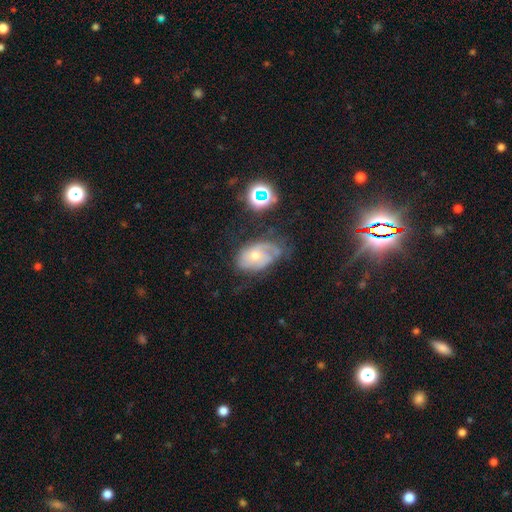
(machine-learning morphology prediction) smooth-or-featured: featured or disk: 60% | smooth: 28% | star or artifact: 12%
  disk-edge-on: no: 95% | yes: 5%
    bar: no: 78% | weak: 19% | strong: 3%
    has-spiral-arms: yes: 80% | no: 20%
    bulge-size: moderate: 50% | small: 45% | large: 2% | none: 2% | dominant: 1%
  merging: none: 41% | minor disturbance: 33% | major disturbance: 22% | merger: 3%